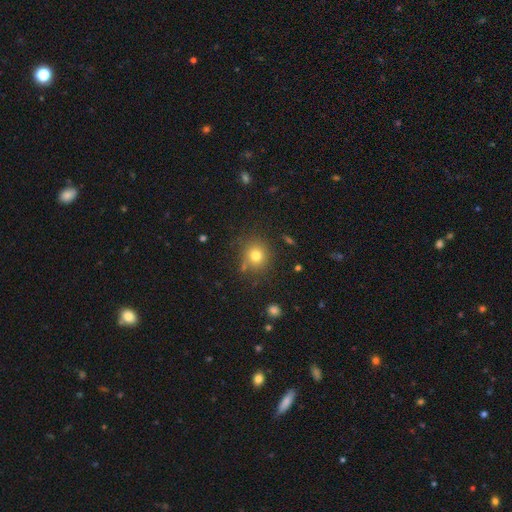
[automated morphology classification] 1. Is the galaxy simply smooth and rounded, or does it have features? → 76% smooth, 15% star or artifact, 9% featured or disk.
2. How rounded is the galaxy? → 87% round, 12% in between, 1% cigar-shaped.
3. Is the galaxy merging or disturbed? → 81% none, 11% minor disturbance, 4% merger, 4% major disturbance.